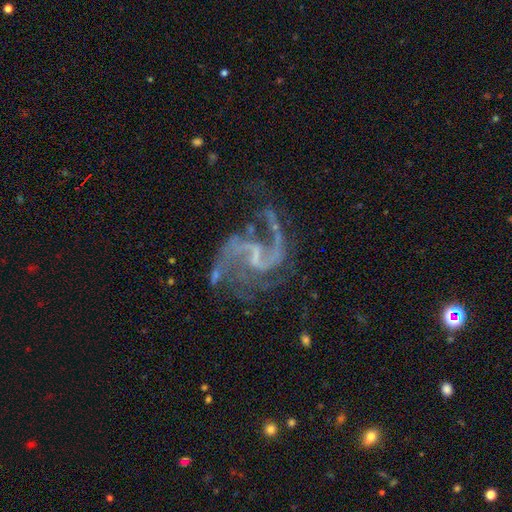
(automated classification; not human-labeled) A featured or disk galaxy (90%) with a weak bar (52%), 2 (79%) loose (46%) spiral arms (97%) and a small central bulge (46%).

Vote fractions:
- Smooth or featured? featured or disk: 90% / star or artifact: 7% / smooth: 3%
- Edge-on disk? no: 98% / yes: 2%
- Bar? weak: 52% / no: 25% / strong: 23%
- Spiral arms? yes: 97% / no: 3%
- Spiral winding? loose: 46% / medium: 45% / tight: 9%
- Spiral arm count? 2: 79% / 3: 7% / can't tell: 5% / 1: 4% / 4: 3% / more than 4: 3%
- Bulge size? small: 46% / none: 41% / moderate: 11% / large: 1% / dominant: 1%
- Merging? none: 55% / major disturbance: 23% / minor disturbance: 18% / merger: 5%